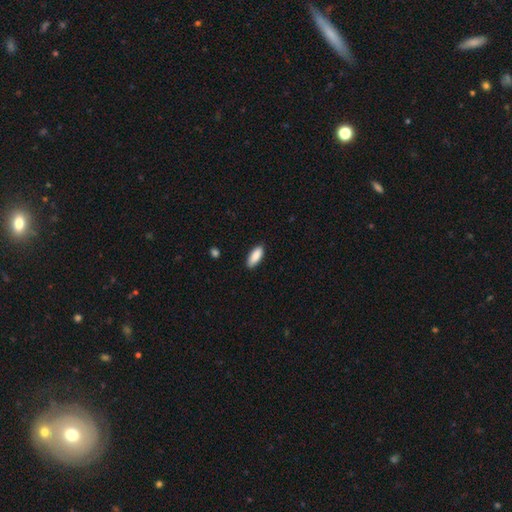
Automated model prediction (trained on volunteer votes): smooth-or-featured: smooth: 89% | star or artifact: 6% | featured or disk: 5%
  how-rounded: in between: 76% | cigar-shaped: 22% | round: 2%
  merging: none: 87% | minor disturbance: 10% | major disturbance: 2% | merger: 1%